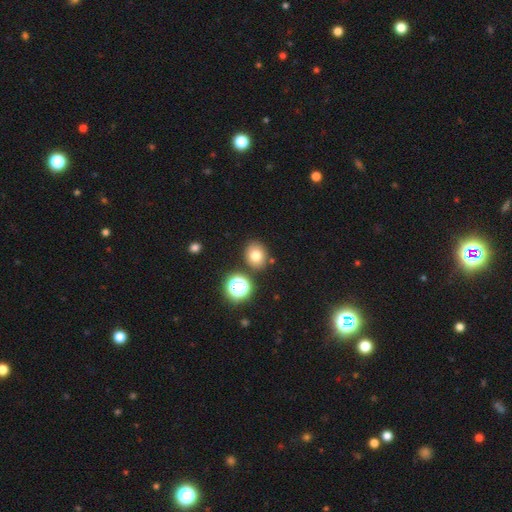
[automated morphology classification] This appears to be a smooth galaxy with no disk features (76%) that is round (62%). Merging: none (81%).